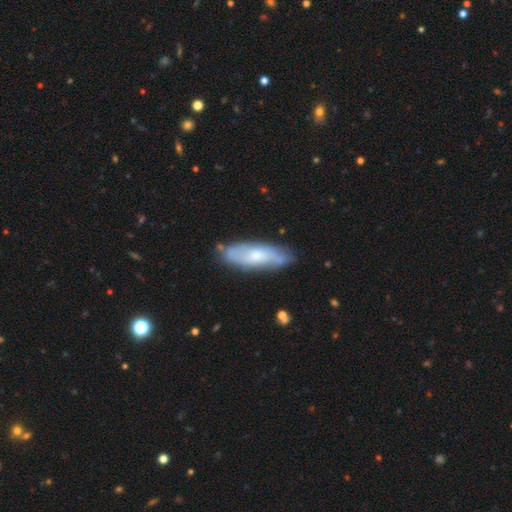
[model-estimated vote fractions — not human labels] Overall: featured or disk (51%; smooth 43%). Edge-on disk: no (73%). Merging: none (79%).